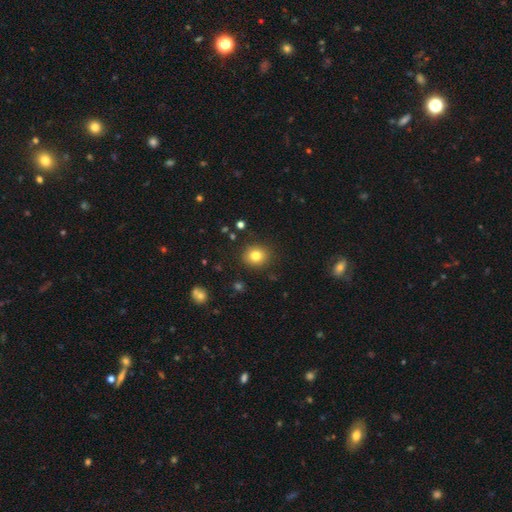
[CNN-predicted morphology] smooth-or-featured: smooth: 80% | star or artifact: 12% | featured or disk: 8%
  how-rounded: round: 77% | in between: 22% | cigar-shaped: 1%
  merging: none: 89% | minor disturbance: 8% | major disturbance: 2% | merger: 1%